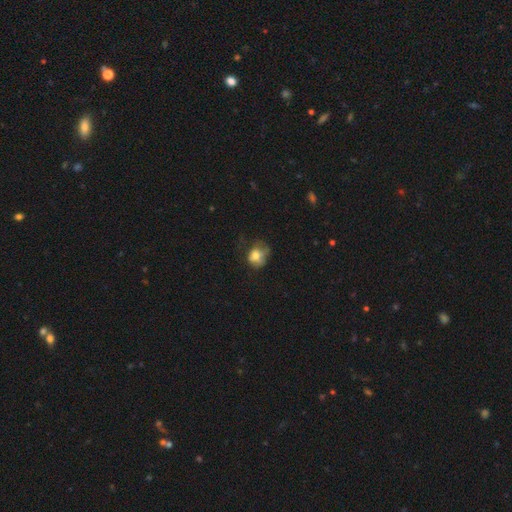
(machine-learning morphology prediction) This appears to be a smooth galaxy with no disk features (65%) that is round (54%). Merging: none (37%).